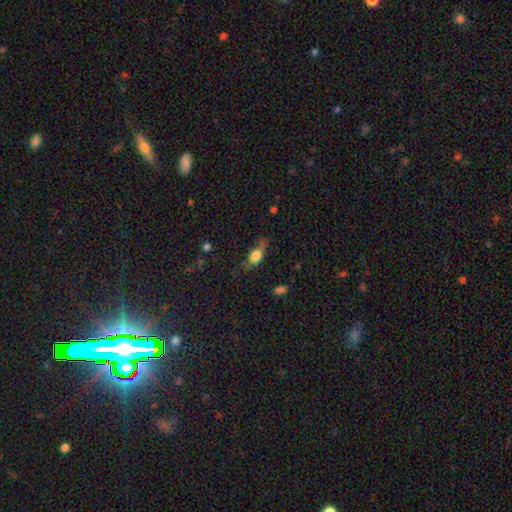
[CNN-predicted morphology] type=smooth (70%); roundness=in between (69%); merging=none (46%).